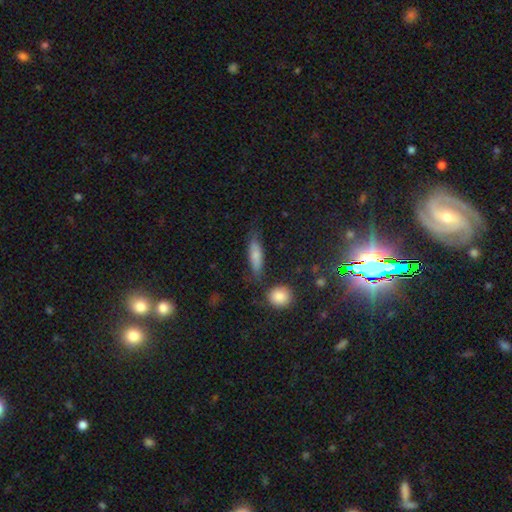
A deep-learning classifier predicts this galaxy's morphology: Smooth or featured? smooth (74%)
How rounded? cigar-shaped (56%)
Merging? none (68%)